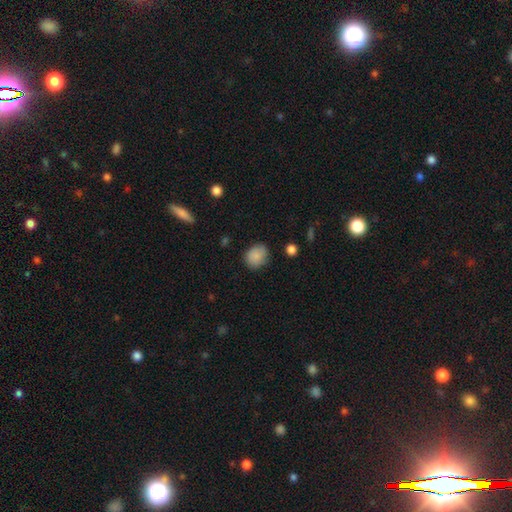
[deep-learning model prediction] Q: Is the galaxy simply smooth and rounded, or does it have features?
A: smooth — 86%.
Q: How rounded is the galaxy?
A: round — 59%.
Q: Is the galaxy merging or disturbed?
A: none — 78%.